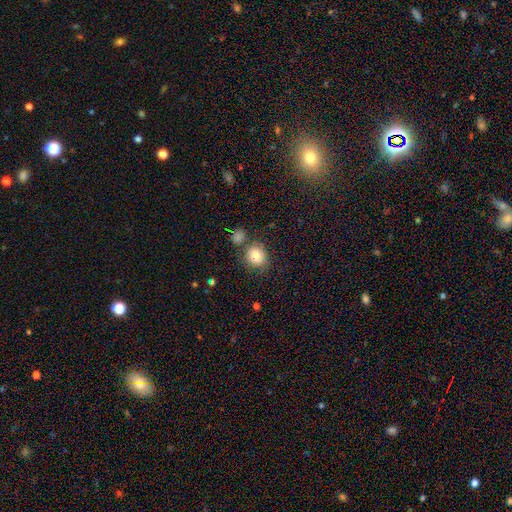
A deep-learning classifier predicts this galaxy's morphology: smooth 85%, star or artifact 9%, featured or disk 6%. Down the decision tree: how rounded — round (74%); merging — none (69%).